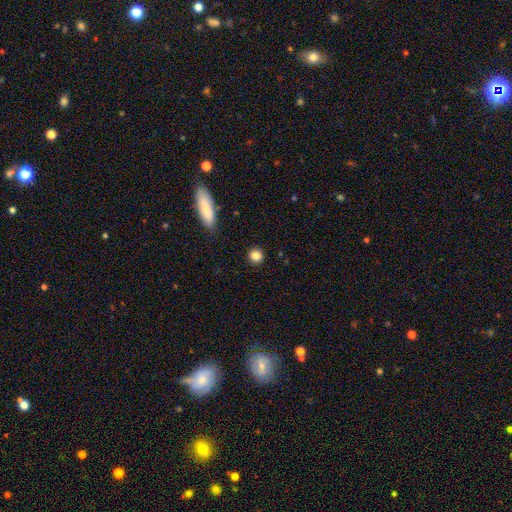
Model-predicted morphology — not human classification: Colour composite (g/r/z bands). It shows a smooth galaxy with no disk features (85%) that is round (91%). Merging: none (91%).